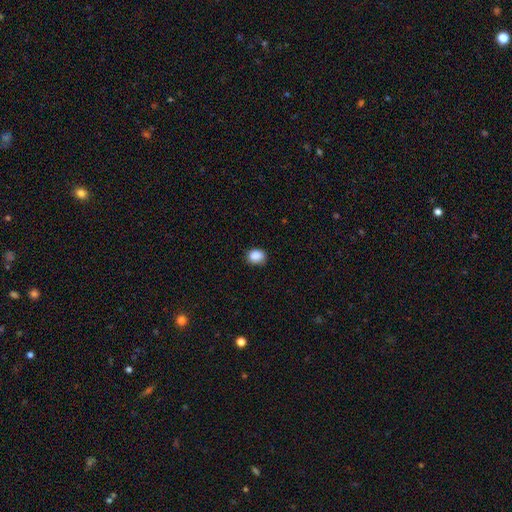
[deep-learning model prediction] A smooth galaxy with no disk features (88%) that is round (57%).

Vote fractions:
- Smooth or featured? smooth: 88% / star or artifact: 9% / featured or disk: 3%
- How rounded? round: 57% / in between: 42% / cigar-shaped: 1%
- Merging? none: 78% / minor disturbance: 18% / major disturbance: 3% / merger: 1%